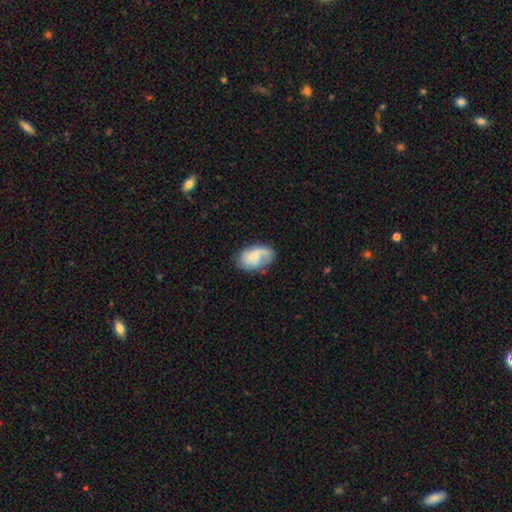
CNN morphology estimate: A featured or disk galaxy (51%).

Vote fractions:
- Smooth or featured? featured or disk: 51% / smooth: 42% / star or artifact: 7%
- Edge-on disk? no: 97% / yes: 3%
- Merging? none: 59% / minor disturbance: 25% / major disturbance: 13% / merger: 2%